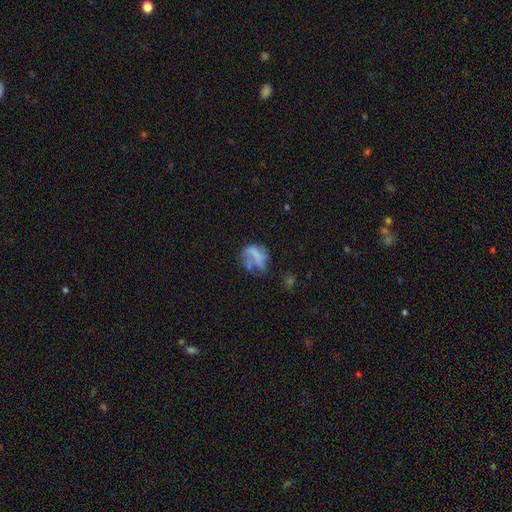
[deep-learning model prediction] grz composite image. It shows a smooth galaxy with no disk features (49%). Merging: major disturbance (35%).